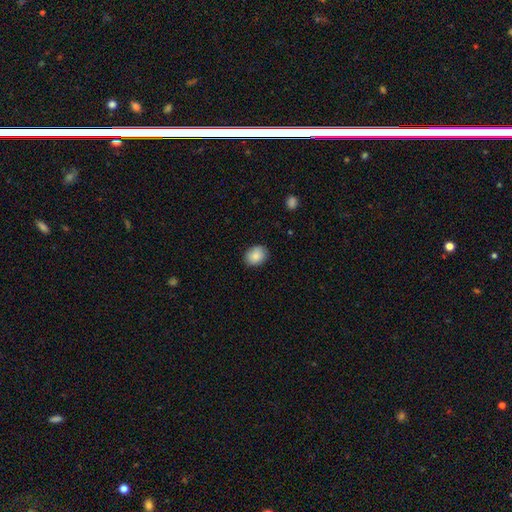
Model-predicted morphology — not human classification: The model was most divided on "how rounded": in between: 50%, round: 49%, cigar-shaped: 1%. More confident: smooth or featured — smooth (87%); merging — none (86%).